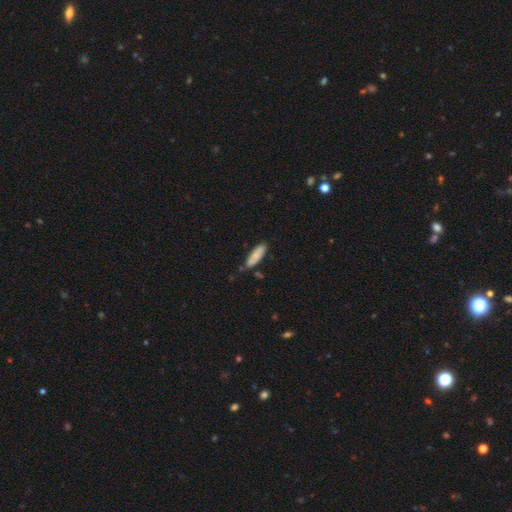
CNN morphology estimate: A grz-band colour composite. It shows a smooth galaxy with no disk features (81%) that is cigar-shaped (50%). Merging: none (69%).